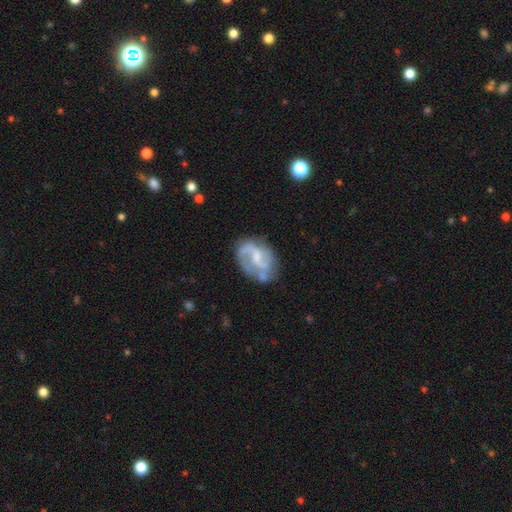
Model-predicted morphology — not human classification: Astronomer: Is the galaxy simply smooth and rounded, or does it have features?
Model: featured or disk — 79%.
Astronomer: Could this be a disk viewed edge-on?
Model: no — 98%.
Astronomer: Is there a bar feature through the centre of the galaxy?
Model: weak — 54% (runner-up: no, 32%).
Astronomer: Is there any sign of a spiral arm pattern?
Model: yes — 90%.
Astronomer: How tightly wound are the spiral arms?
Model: medium — 44% (runner-up: loose, 41%).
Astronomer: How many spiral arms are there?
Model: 2 — 79%.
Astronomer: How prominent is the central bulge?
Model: small — 43% (runner-up: moderate, 31%).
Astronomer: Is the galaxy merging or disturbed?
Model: none — 60%.